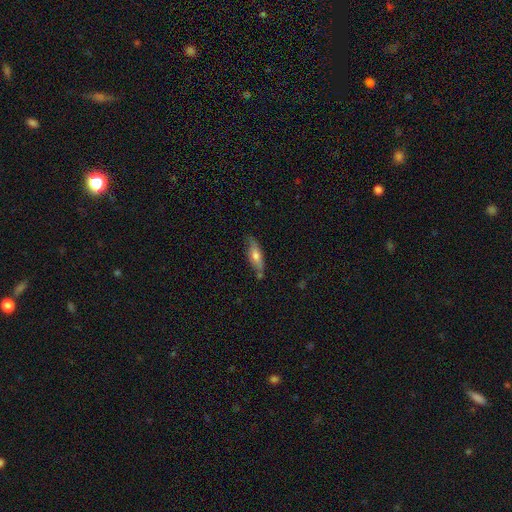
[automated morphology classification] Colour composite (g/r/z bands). It shows a smooth galaxy with no disk features (55%) that is cigar-shaped (52%). Merging: none (69%).